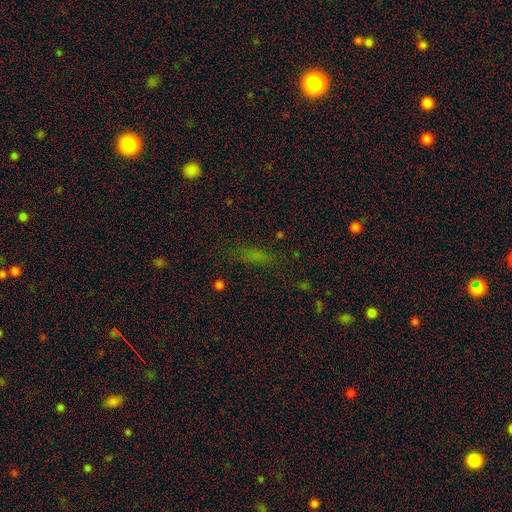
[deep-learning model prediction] A smooth galaxy with no disk features (54%) that is in between round and cigar-shaped (46%, tied with cigar-shaped).

Vote fractions:
- Smooth or featured? smooth: 54% / star or artifact: 32% / featured or disk: 14%
- How rounded? in between: 46% (tied) / cigar-shaped: 46% (tied) / round: 8%
- Merging? none: 72% / minor disturbance: 17% / major disturbance: 8% / merger: 3%